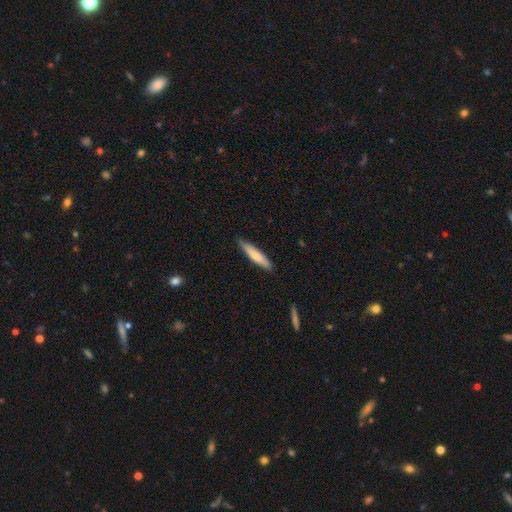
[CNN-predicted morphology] This appears to be a smooth galaxy with no disk features (75%) that is cigar-shaped (85%). Merging: none (86%).